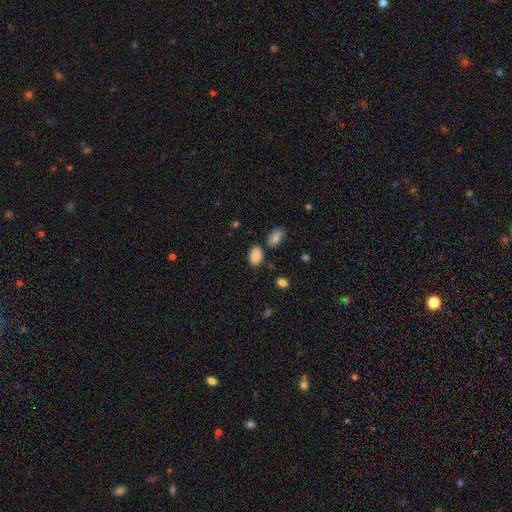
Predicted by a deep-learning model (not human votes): The model was most divided on "merging": none: 71%, minor disturbance: 17%, merger: 8%, major disturbance: 4%. More confident: smooth or featured — smooth (86%); how rounded — in between (86%).